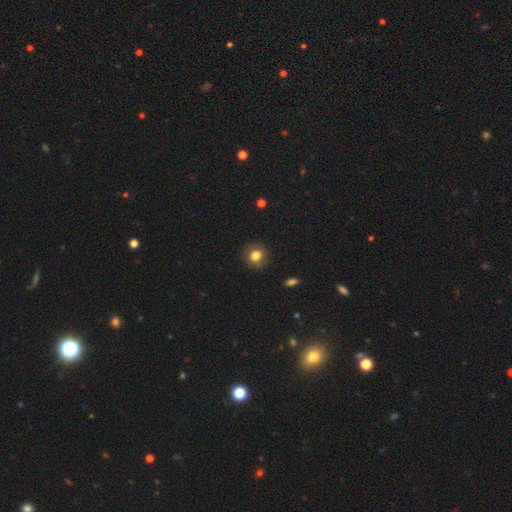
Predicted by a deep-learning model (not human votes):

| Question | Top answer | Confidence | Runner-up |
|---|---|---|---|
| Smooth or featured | smooth | 80% | star or artifact (10%) |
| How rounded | round | 78% | in between (21%) |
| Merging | none | 85% | minor disturbance (11%) |